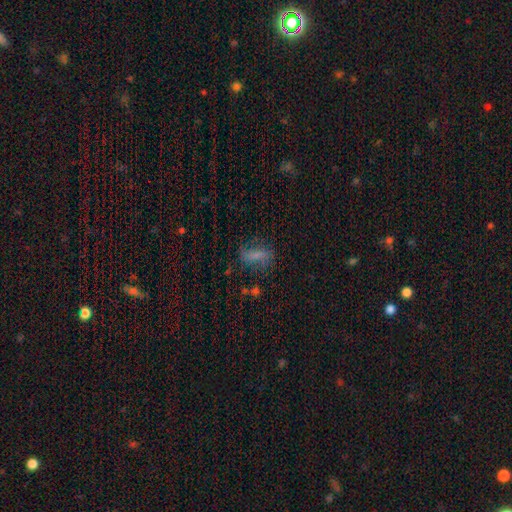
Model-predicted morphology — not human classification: A smooth galaxy with no disk features (56%) that is in between round and cigar-shaped (65%).

Vote fractions:
- Smooth or featured? smooth: 56% / featured or disk: 31% / star or artifact: 13%
- How rounded? in between: 65% / cigar-shaped: 27% / round: 8%
- Merging? none: 63% / minor disturbance: 21% / major disturbance: 13% / merger: 3%